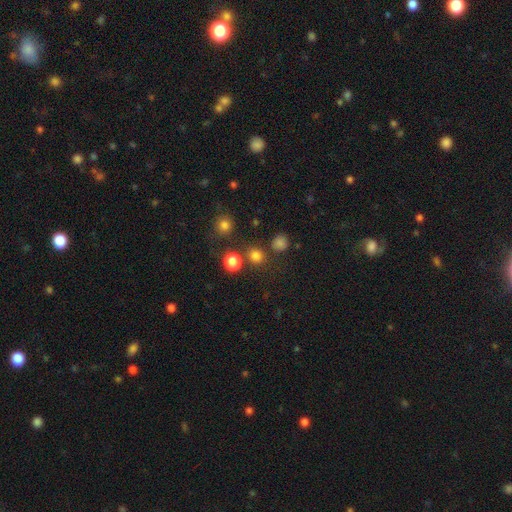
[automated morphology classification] Smooth or featured: smooth — 77% (star or artifact — 19%)
How rounded: round — 87% (in between — 12%)
Merging: none — 78% (merger — 11%)